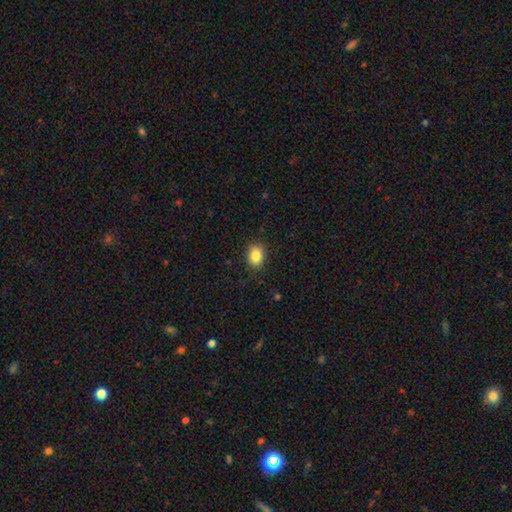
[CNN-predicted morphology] smooth 86%, star or artifact 9%, featured or disk 5%. Down the decision tree: how rounded — in between (62%); merging — none (85%).